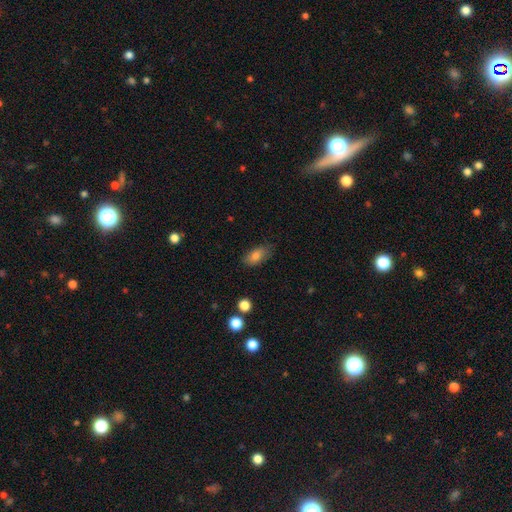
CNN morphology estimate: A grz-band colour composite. It shows a smooth galaxy with no disk features (80%) that is in between round and cigar-shaped (88%). Merging: none (76%).